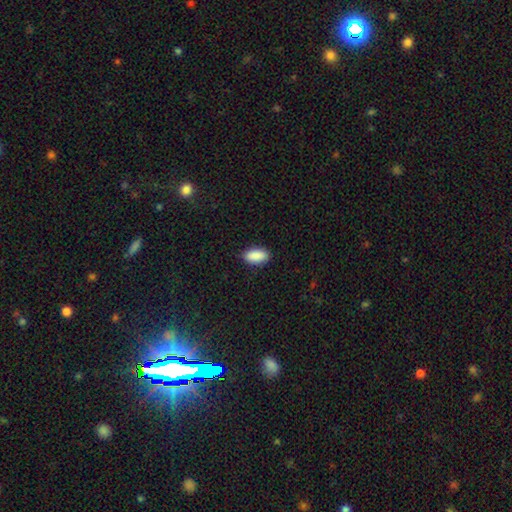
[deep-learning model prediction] This appears to be a smooth galaxy with no disk features (90%) that is in between round and cigar-shaped (91%). Merging: none (87%).